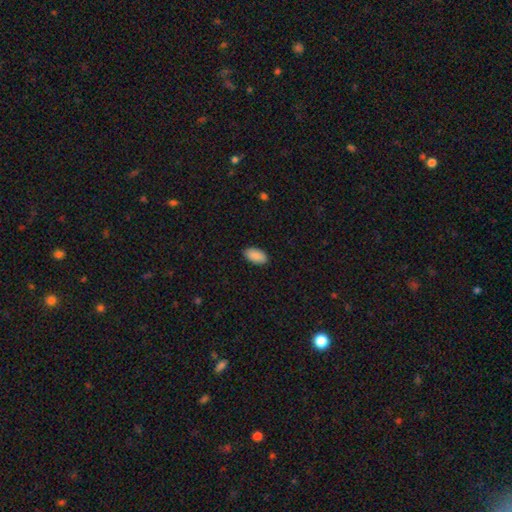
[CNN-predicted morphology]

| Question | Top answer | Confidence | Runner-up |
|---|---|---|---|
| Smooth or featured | smooth | 90% | star or artifact (6%) |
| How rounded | in between | 95% | round (3%) |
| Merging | none | 90% | minor disturbance (7%) |